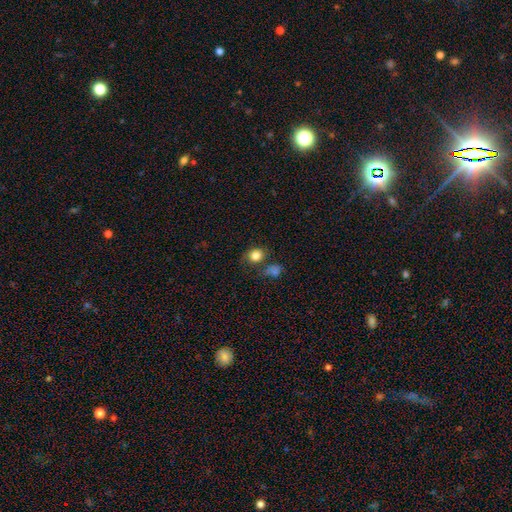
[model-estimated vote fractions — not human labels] smooth-or-featured: smooth: 82% | star or artifact: 11% | featured or disk: 7%
  how-rounded: round: 65% | in between: 34% | cigar-shaped: 1%
  merging: none: 66% | minor disturbance: 16% | merger: 11% | major disturbance: 6%